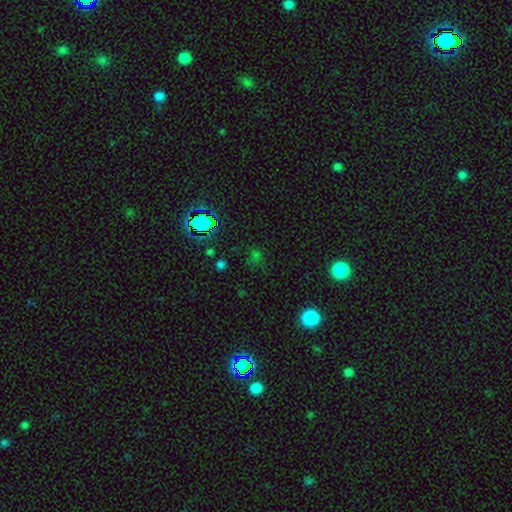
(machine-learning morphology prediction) type=star or artifact (51%).